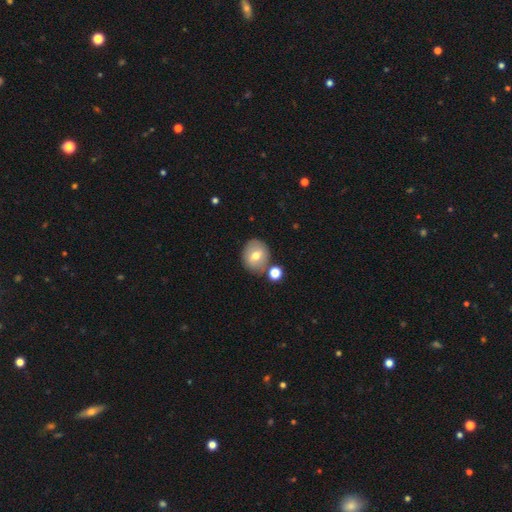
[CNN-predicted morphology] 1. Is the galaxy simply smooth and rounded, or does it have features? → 68% smooth, 24% featured or disk, 9% star or artifact.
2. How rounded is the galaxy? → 72% round, 27% in between, 1% cigar-shaped.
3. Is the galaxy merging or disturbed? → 73% none, 12% merger, 12% minor disturbance, 3% major disturbance.